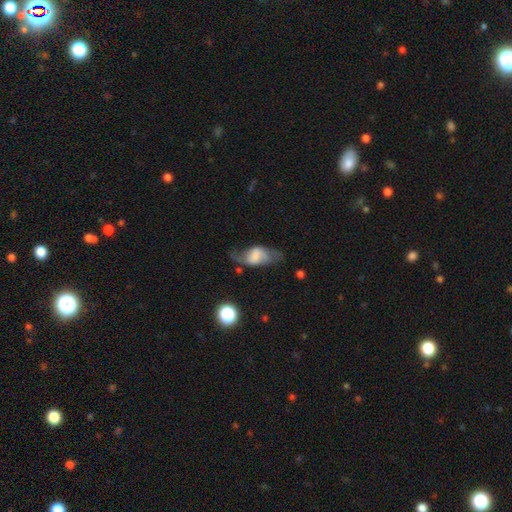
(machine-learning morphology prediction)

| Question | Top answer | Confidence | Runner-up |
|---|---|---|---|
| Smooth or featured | featured or disk | 47% | smooth (44%) |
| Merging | none | 39% | major disturbance (30%) |